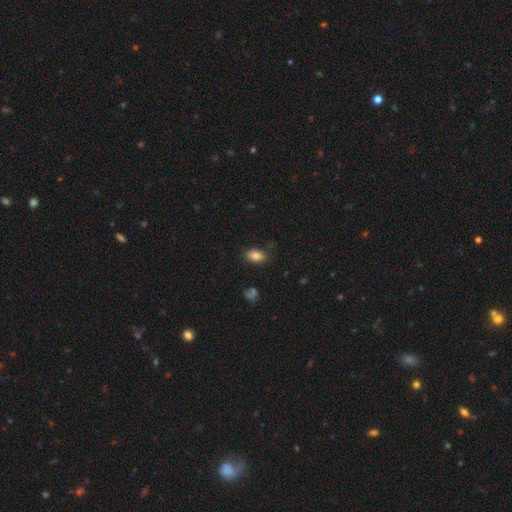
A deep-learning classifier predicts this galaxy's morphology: smooth_or_featured: smooth (p=0.85) [alt: star or artifact p=0.09]
how_rounded: in between (p=0.89) [alt: round p=0.06]
merging: none (p=0.80) [alt: minor disturbance p=0.14]